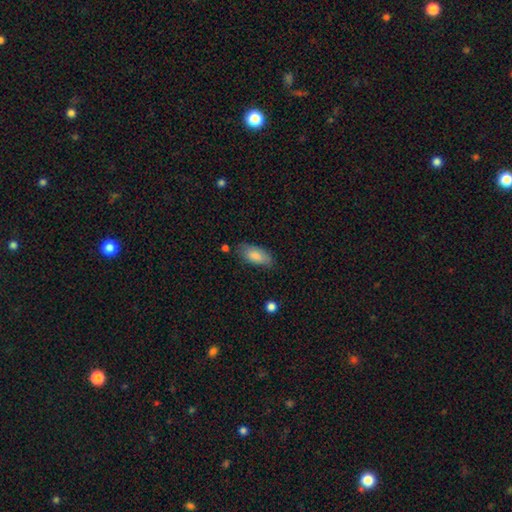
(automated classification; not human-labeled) This is clearly a smooth galaxy (83%). How rounded: clearly in between (86%). Merging: likely none (72%).